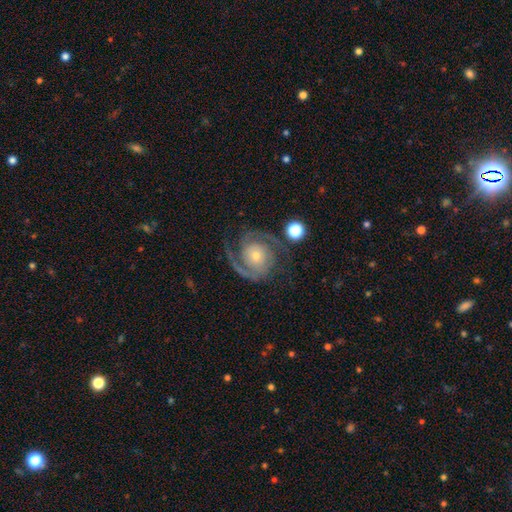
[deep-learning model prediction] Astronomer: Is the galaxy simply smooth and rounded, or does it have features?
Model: featured or disk — 90%.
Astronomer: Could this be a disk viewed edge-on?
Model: no — 98%.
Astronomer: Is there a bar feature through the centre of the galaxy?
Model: no — 75%.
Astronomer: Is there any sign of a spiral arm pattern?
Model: yes — 98%.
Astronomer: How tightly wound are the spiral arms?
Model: tight — 50% (runner-up: medium, 41%).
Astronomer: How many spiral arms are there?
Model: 2 — 88%.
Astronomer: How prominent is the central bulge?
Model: small — 64%.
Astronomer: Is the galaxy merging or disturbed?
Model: none — 77%.